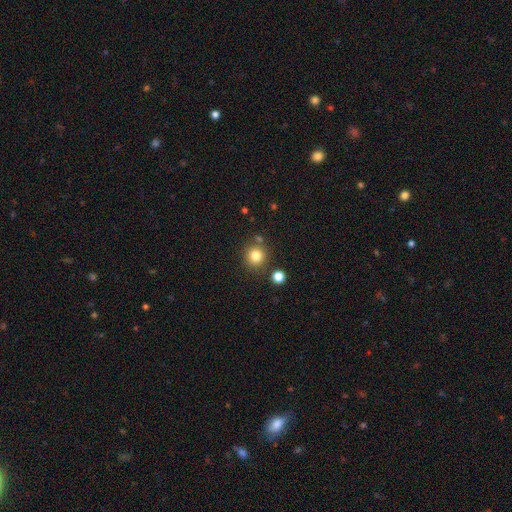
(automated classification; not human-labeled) smooth_or_featured: smooth (p=0.81) [alt: star or artifact p=0.13]
how_rounded: round (p=0.92) [alt: in between p=0.07]
merging: none (p=0.81) [alt: minor disturbance p=0.09]